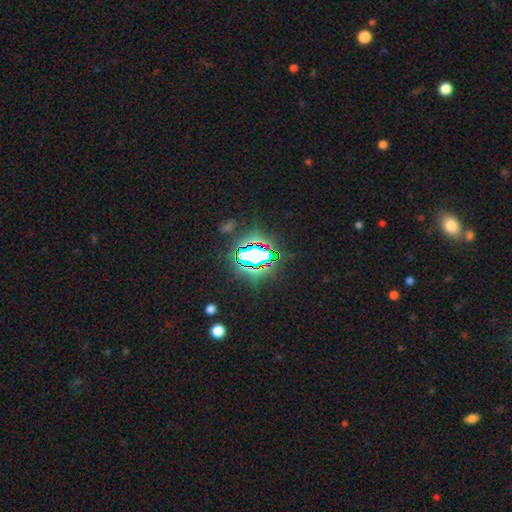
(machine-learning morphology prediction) type=star or artifact (70%).